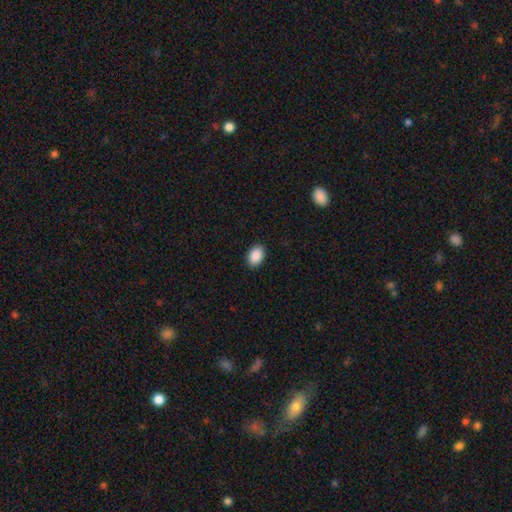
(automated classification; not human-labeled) Smooth or featured?
  - smooth: 90% *
  - star or artifact: 7%
  - featured or disk: 3%
How rounded?
  - in between: 87% *
  - round: 12%
  - cigar-shaped: 1%
Merging?
  - none: 90% *
  - minor disturbance: 7%
  - major disturbance: 2%
  - merger: 1%